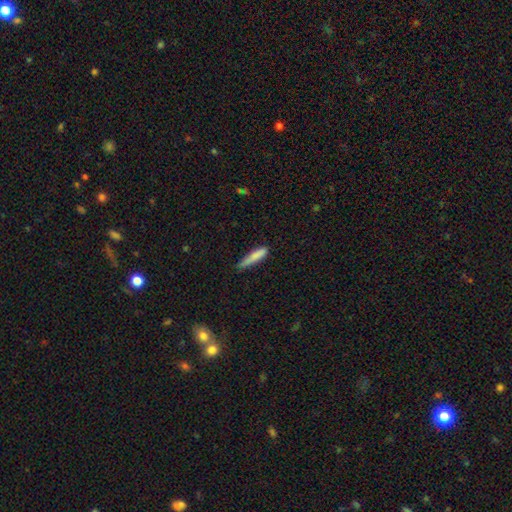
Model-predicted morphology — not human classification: Overall: smooth (81%). How rounded: cigar-shaped (86%). Merging: none (57%; minor disturbance 34%).